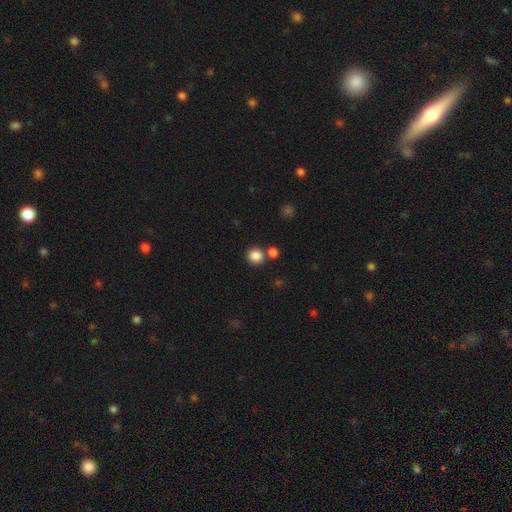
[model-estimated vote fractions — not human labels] This appears to be a smooth galaxy with no disk features (85%) that is round (90%). Merging: none (75%).